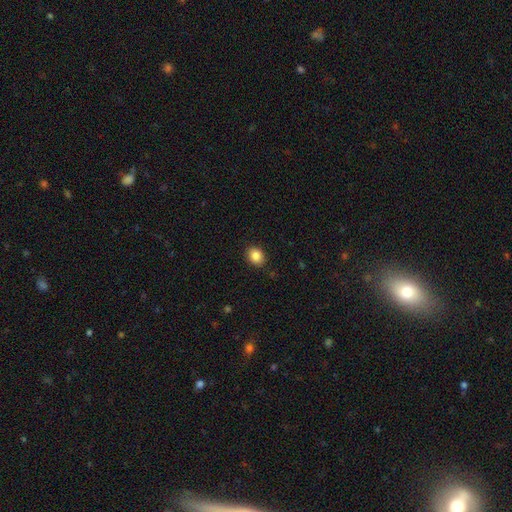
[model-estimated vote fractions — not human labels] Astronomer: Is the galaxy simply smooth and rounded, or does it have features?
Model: smooth — 86%.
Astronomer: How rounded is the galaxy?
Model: in between — 53% (runner-up: round, 46%).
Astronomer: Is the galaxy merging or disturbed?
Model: none — 89%.